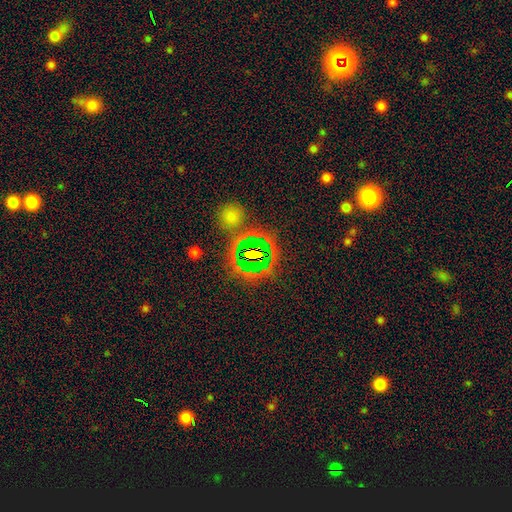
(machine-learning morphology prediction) The model was most divided on "smooth or featured": star or artifact: 68%, smooth: 19%, featured or disk: 13%.